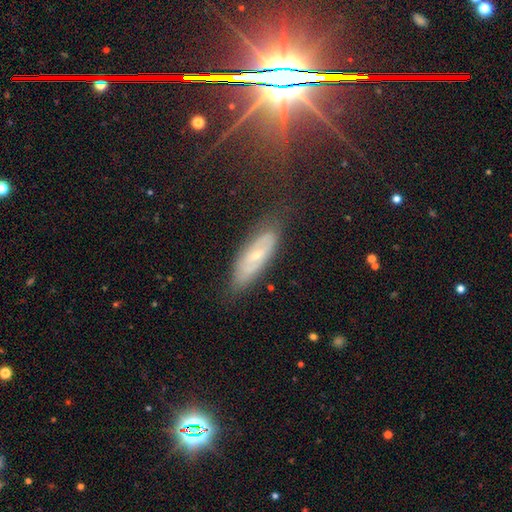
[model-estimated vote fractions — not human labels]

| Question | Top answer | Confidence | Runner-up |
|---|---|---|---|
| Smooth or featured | featured or disk | 62% | smooth (29%) |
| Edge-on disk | no | 73% | yes (27%) |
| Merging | none | 77% | minor disturbance (17%) |